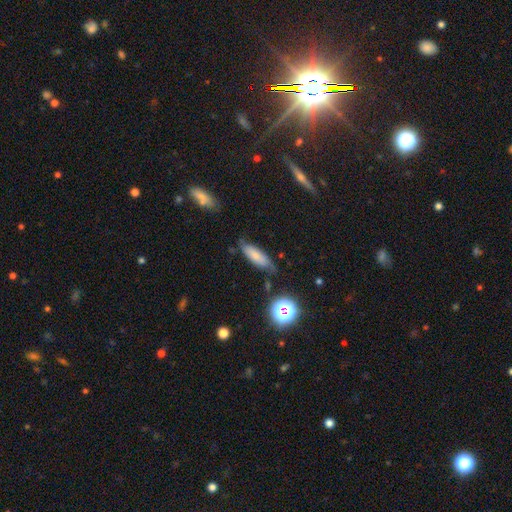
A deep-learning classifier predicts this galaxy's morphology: type=smooth (73%); roundness=in between (54%); merging=none (66%).